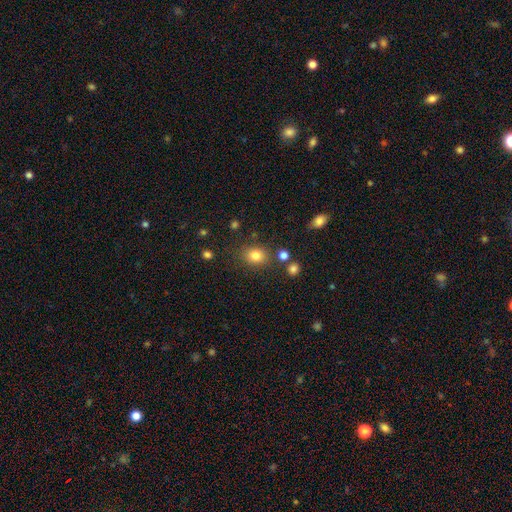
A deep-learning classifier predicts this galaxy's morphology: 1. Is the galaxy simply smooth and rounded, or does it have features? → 81% smooth, 12% star or artifact, 7% featured or disk.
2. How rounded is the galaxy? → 55% round, 44% in between, 1% cigar-shaped.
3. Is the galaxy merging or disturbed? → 79% none, 11% minor disturbance, 5% merger, 4% major disturbance.